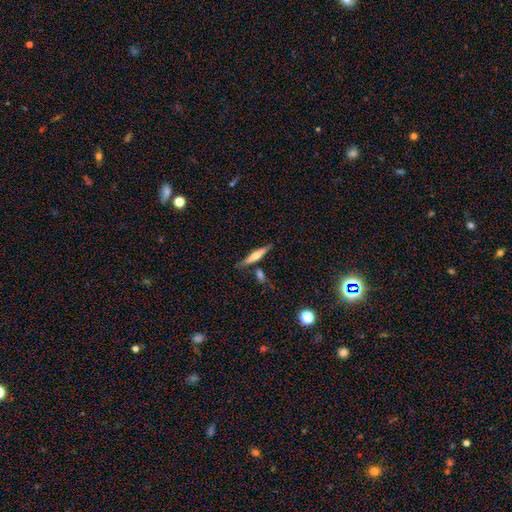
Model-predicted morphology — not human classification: smooth_or_featured: featured or disk (p=0.52) [alt: smooth p=0.42]
disk_edge_on: yes (p=0.95) [alt: no p=0.05]
merging: none (p=0.76) [alt: minor disturbance p=0.11]